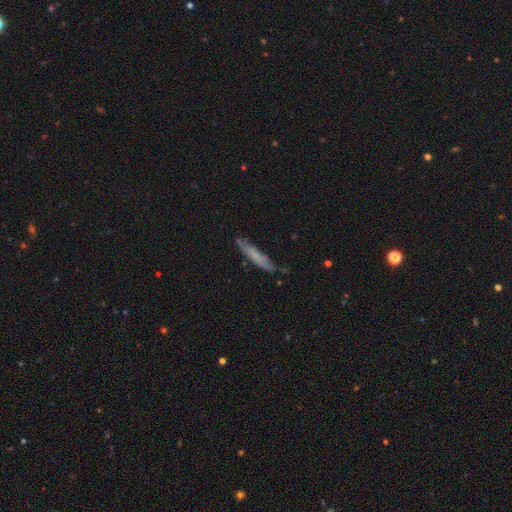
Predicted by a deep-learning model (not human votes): Smooth or featured: smooth — 63% (featured or disk — 30%)
How rounded: cigar-shaped — 93% (in between — 6%)
Merging: none — 76% (minor disturbance — 18%)